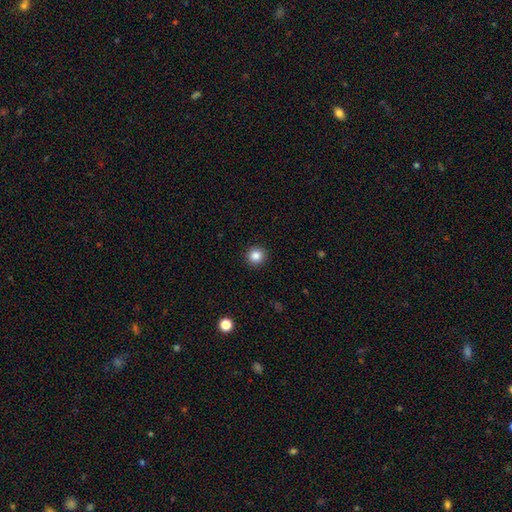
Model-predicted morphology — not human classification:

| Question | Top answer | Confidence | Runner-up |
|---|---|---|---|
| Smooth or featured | smooth | 85% | star or artifact (10%) |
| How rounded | round | 94% | in between (5%) |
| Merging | none | 93% | minor disturbance (5%) |